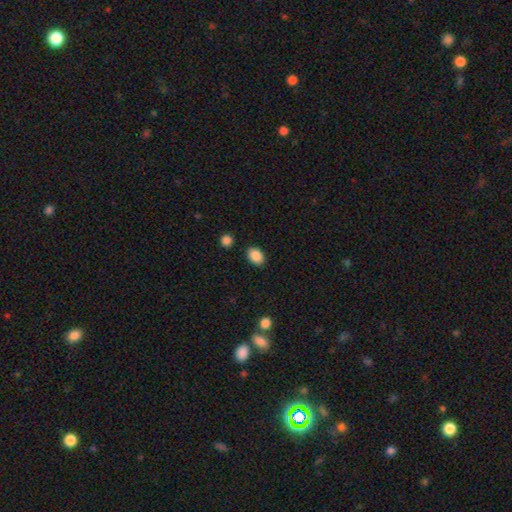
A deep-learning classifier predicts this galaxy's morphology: Overall: smooth (88%). How rounded: in between (77%). Merging: none (86%).